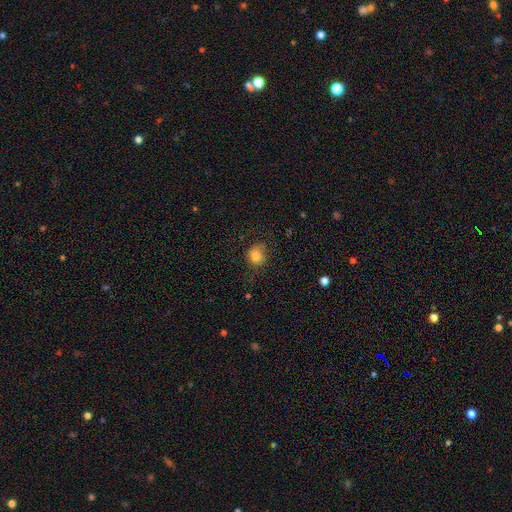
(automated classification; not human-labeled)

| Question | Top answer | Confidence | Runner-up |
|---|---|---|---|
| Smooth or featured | smooth | 81% | star or artifact (10%) |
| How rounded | round | 76% | in between (23%) |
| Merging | none | 65% | minor disturbance (23%) |